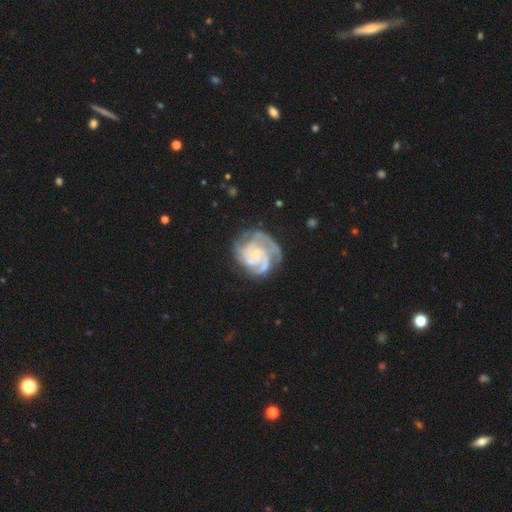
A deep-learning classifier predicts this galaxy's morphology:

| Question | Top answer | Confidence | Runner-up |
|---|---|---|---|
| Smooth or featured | featured or disk | 90% | smooth (6%) |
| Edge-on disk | no | 98% | yes (2%) |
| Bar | no | 69% | weak (25%) |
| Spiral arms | yes | 98% | no (2%) |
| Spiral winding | tight | 66% | medium (29%) |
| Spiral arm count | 3 | 47% | 2 (19%) |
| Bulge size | small | 61% | none (19%) |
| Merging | none | 66% | minor disturbance (20%) |